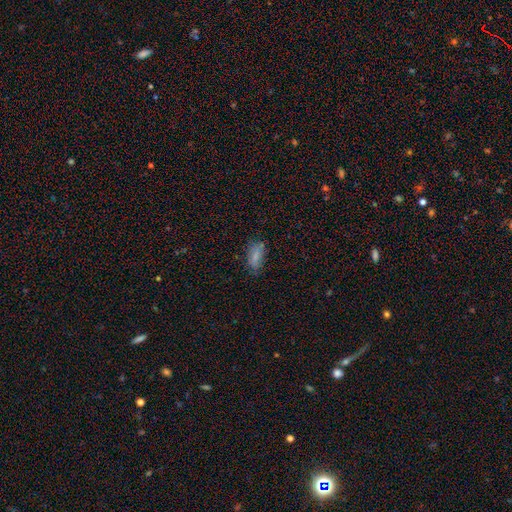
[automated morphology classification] This appears to be a smooth galaxy with no disk features (80%) that is in between round and cigar-shaped (86%). Merging: none (68%).